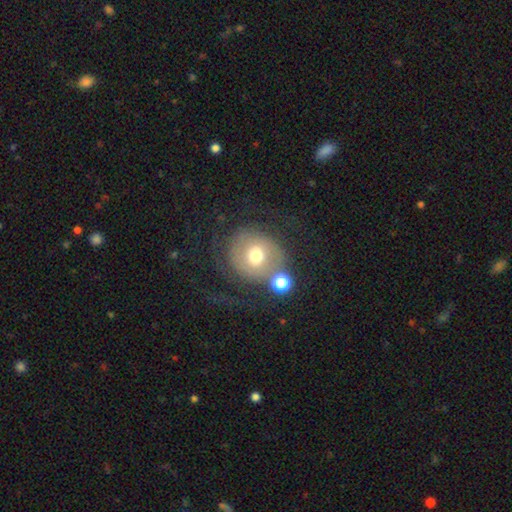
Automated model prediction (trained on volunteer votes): Morphology: type=smooth (48%); merging=none (48%).